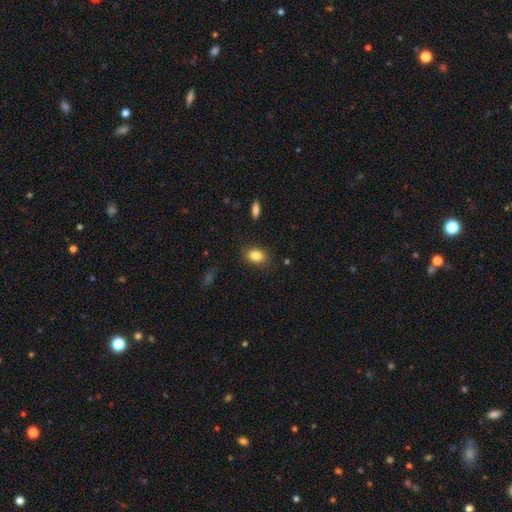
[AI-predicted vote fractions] Smooth or featured?
  - smooth: 85% *
  - star or artifact: 9%
  - featured or disk: 7%
How rounded?
  - in between: 78% *
  - round: 20%
  - cigar-shaped: 2%
Merging?
  - none: 84% *
  - minor disturbance: 11%
  - major disturbance: 3%
  - merger: 1%